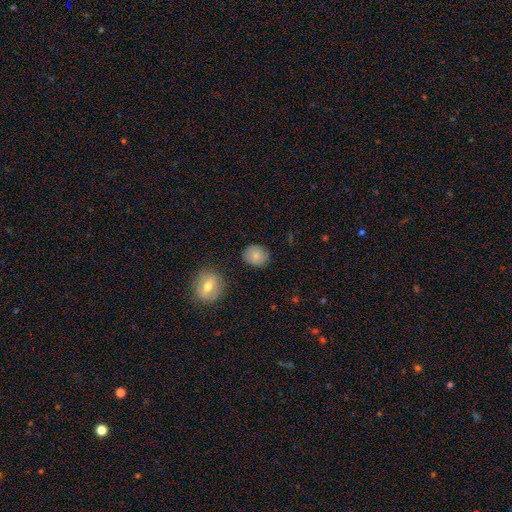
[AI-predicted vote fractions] Smooth or featured? smooth (83%)
How rounded? round (72%)
Merging? none (80%)